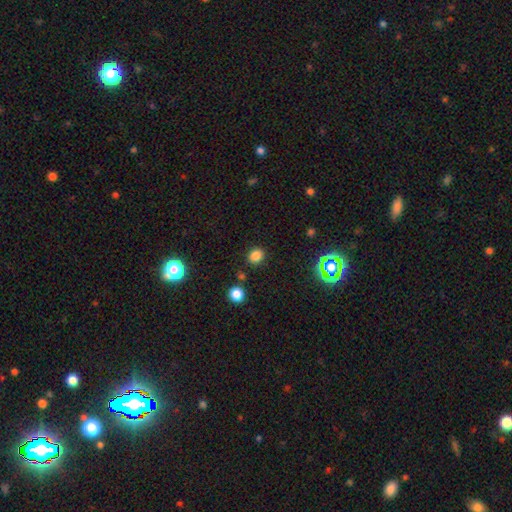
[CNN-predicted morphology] type=smooth (80%); roundness=round (69%); merging=none (86%).